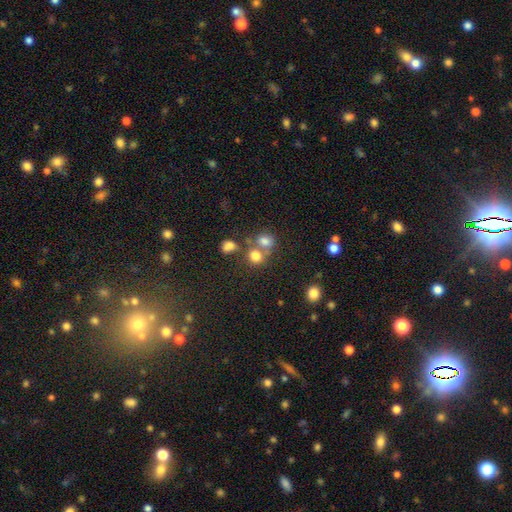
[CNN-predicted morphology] This appears to be a smooth galaxy with no disk features (74%) that is round (67%). Merging: none (43%).